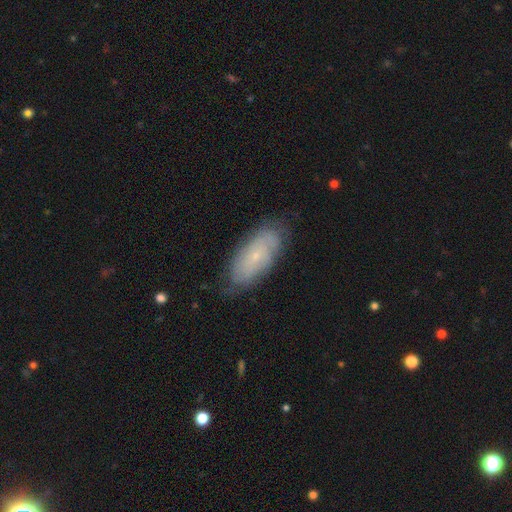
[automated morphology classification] The model was most divided on "smooth or featured": featured or disk: 48%, smooth: 44%, star or artifact: 8%. More confident: merging — none (76%).